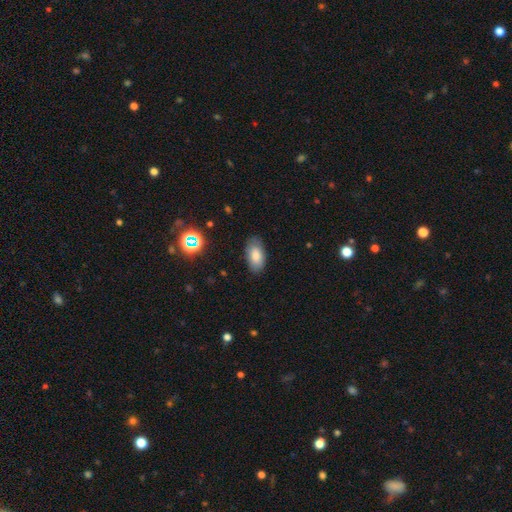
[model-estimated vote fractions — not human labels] Smooth or featured? Predicted: smooth (p=0.81). How rounded? Predicted: in between (p=0.93). Merging? Predicted: none (p=0.81).